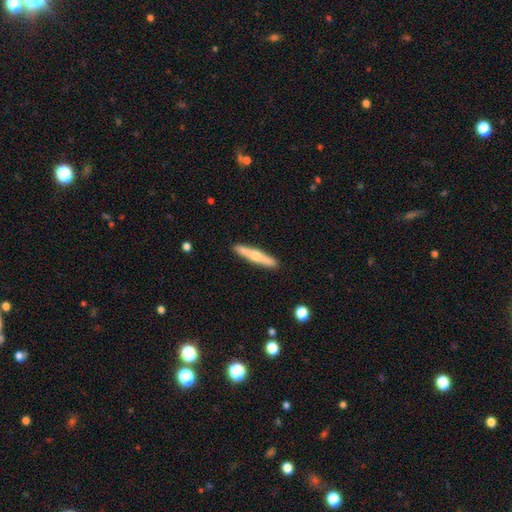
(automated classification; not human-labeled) Smooth or featured: featured or disk — 52% (smooth — 43%)
Edge-on disk: yes — 95% (no — 5%)
Merging: none — 90% (minor disturbance — 7%)